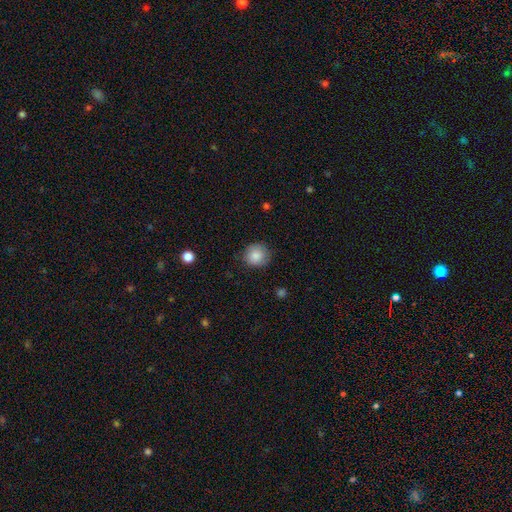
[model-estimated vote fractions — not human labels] smooth-or-featured: smooth: 86% | star or artifact: 8% | featured or disk: 6%
  how-rounded: round: 88% | in between: 11% | cigar-shaped: 1%
  merging: none: 82% | minor disturbance: 14% | major disturbance: 3% | merger: 1%